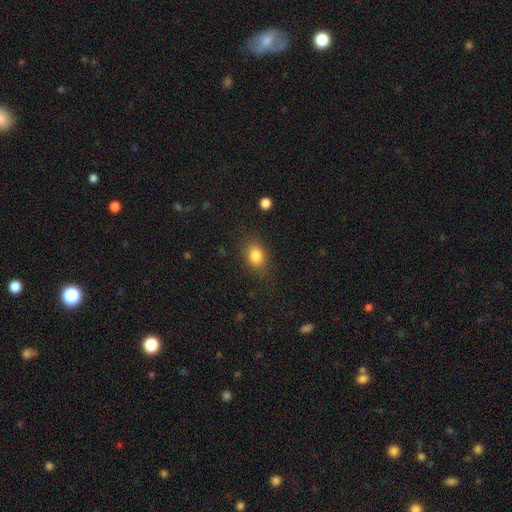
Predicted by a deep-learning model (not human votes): smooth_or_featured: smooth (p=0.83) [alt: star or artifact p=0.10]
how_rounded: in between (p=0.63) [alt: round p=0.35]
merging: none (p=0.79) [alt: minor disturbance p=0.15]